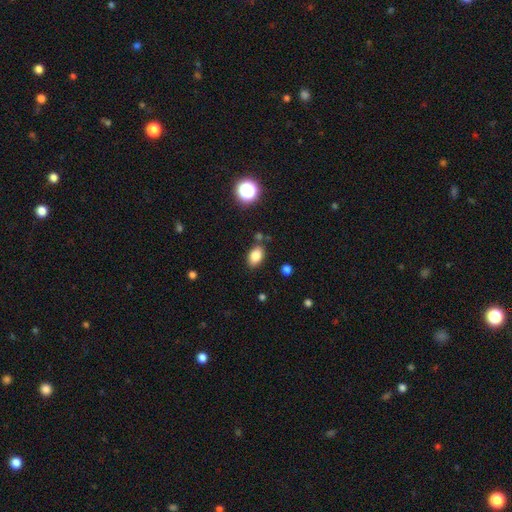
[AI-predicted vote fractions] Smooth or featured?
  - smooth: 83% *
  - star or artifact: 10%
  - featured or disk: 7%
How rounded?
  - in between: 86% *
  - round: 13%
  - cigar-shaped: 2%
Merging?
  - none: 80% *
  - minor disturbance: 12%
  - merger: 5%
  - major disturbance: 3%